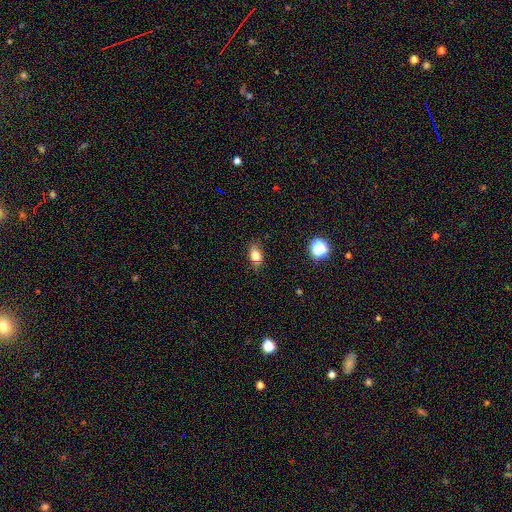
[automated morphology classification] This appears to be a smooth galaxy with no disk features (79%) that is in between round and cigar-shaped (77%). Merging: none (83%).